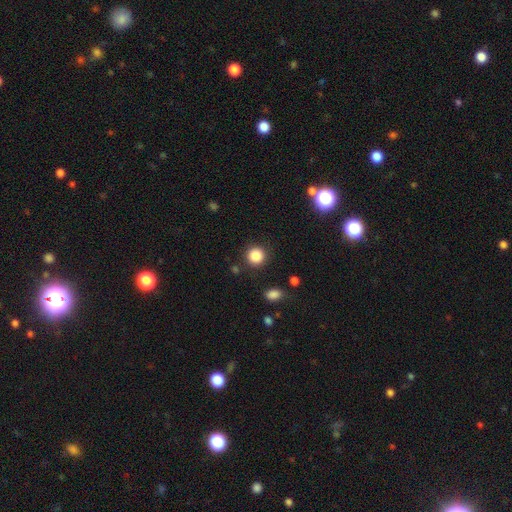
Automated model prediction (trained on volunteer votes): smooth 86%, star or artifact 10%, featured or disk 4%. Down the decision tree: how rounded — round (93%); merging — none (88%).